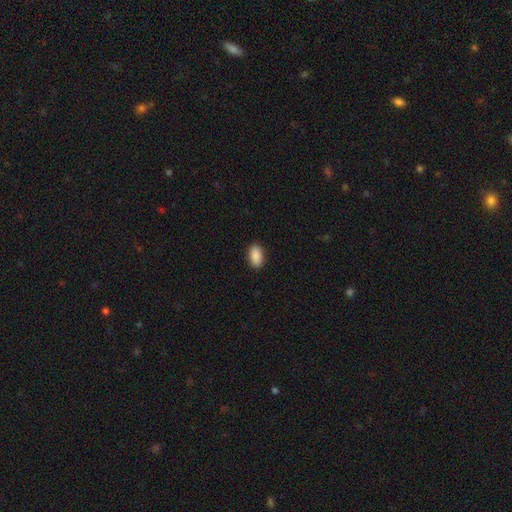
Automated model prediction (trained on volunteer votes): smooth-or-featured: smooth: 89% | star or artifact: 7% | featured or disk: 4%
  how-rounded: in between: 93% | round: 4% | cigar-shaped: 3%
  merging: none: 90% | minor disturbance: 8% | major disturbance: 2% | merger: 1%